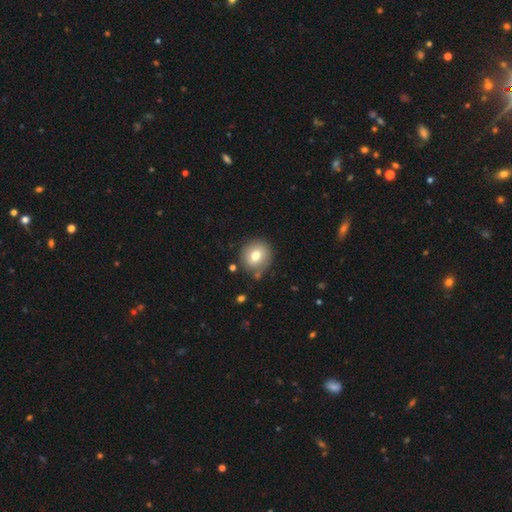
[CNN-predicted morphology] smooth_or_featured: smooth (p=0.74) [alt: featured or disk p=0.16]
how_rounded: round (p=0.85) [alt: in between p=0.14]
merging: none (p=0.80) [alt: minor disturbance p=0.12]